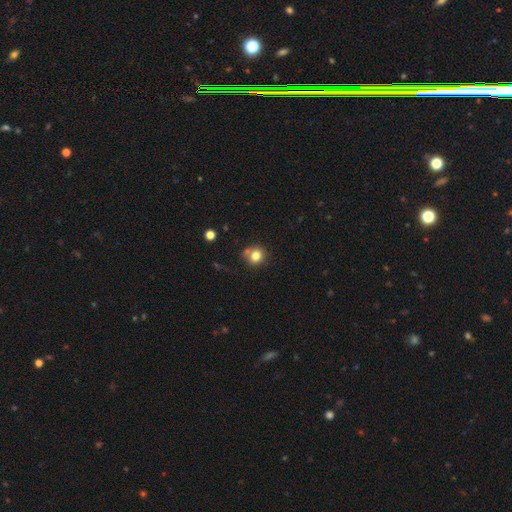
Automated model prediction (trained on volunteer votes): smooth-or-featured: smooth: 80% | star or artifact: 12% | featured or disk: 9%
  how-rounded: round: 81% | in between: 18% | cigar-shaped: 1%
  merging: none: 66% | merger: 15% | minor disturbance: 15% | major disturbance: 4%